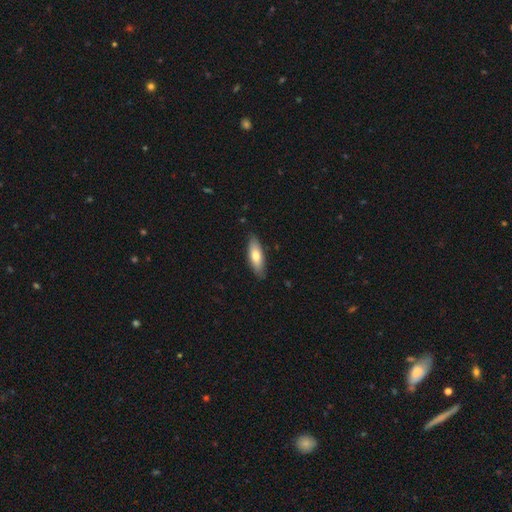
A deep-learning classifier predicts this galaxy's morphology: smooth 72%, featured or disk 22%, star or artifact 6%. Down the decision tree: how rounded — in between (59%); merging — none (85%).